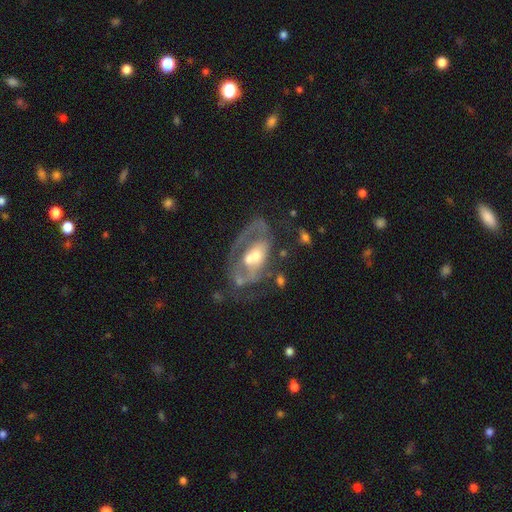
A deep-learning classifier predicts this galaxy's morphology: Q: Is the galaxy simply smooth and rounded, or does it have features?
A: featured or disk — 75%.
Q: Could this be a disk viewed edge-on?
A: no — 95%.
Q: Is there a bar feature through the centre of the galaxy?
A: no — 65%.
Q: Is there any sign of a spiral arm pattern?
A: yes — 57%.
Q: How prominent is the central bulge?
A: moderate — 54%.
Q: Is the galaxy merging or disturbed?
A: none — 34%.